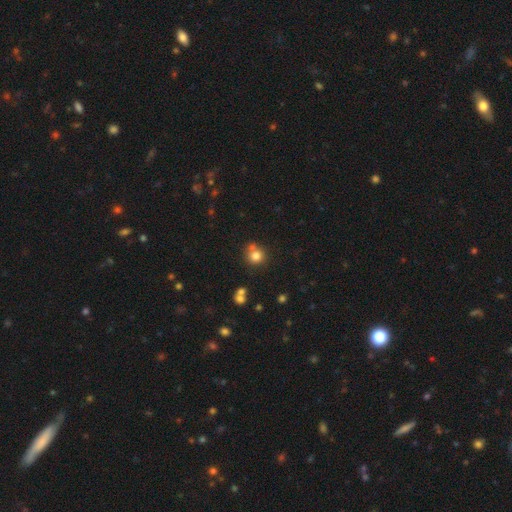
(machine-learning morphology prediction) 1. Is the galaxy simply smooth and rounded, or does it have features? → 79% smooth, 12% star or artifact, 8% featured or disk.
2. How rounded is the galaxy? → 89% round, 10% in between, 1% cigar-shaped.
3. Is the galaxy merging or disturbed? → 63% none, 22% merger, 11% minor disturbance, 4% major disturbance.